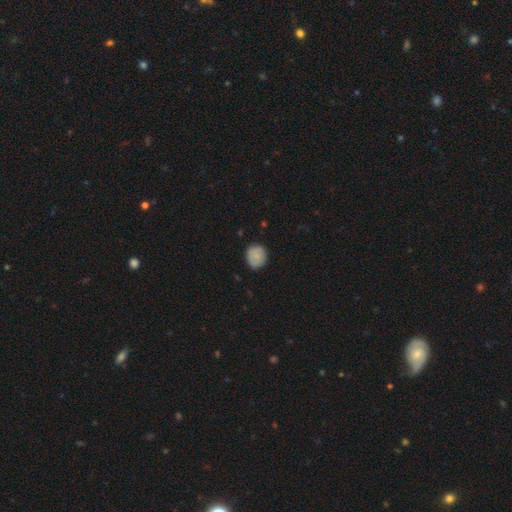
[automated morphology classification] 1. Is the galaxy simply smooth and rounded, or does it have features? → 80% smooth, 12% featured or disk, 7% star or artifact.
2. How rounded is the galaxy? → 78% round, 21% in between, 1% cigar-shaped.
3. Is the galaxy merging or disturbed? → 85% none, 12% minor disturbance, 2% major disturbance, 1% merger.